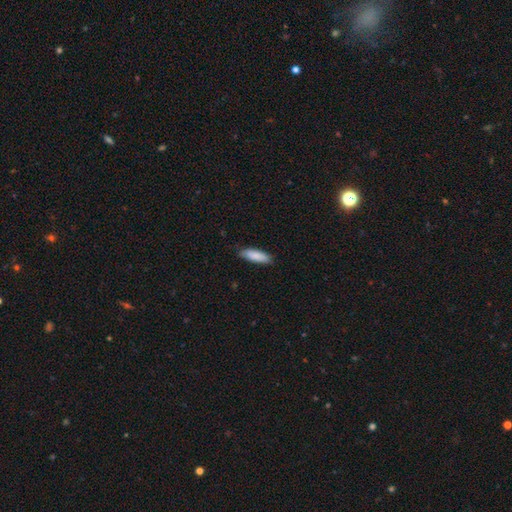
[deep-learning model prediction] Q: Smooth or featured?
A: smooth (88%); runner-up: featured or disk (7%)
Q: How rounded?
A: cigar-shaped (52%); runner-up: in between (47%)
Q: Merging?
A: none (85%); runner-up: minor disturbance (12%)